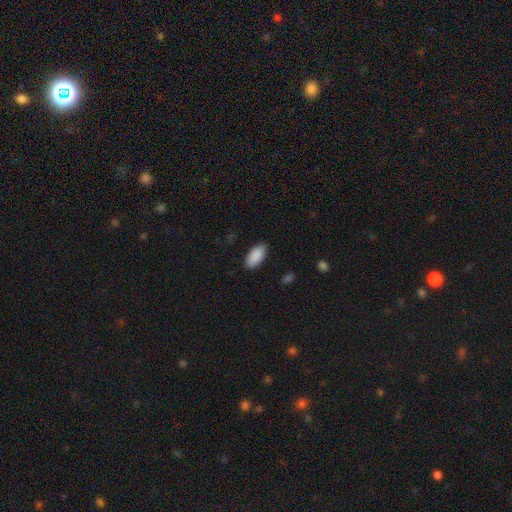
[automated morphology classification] Smooth or featured? smooth (91%)
How rounded? in between (94%)
Merging? none (87%)